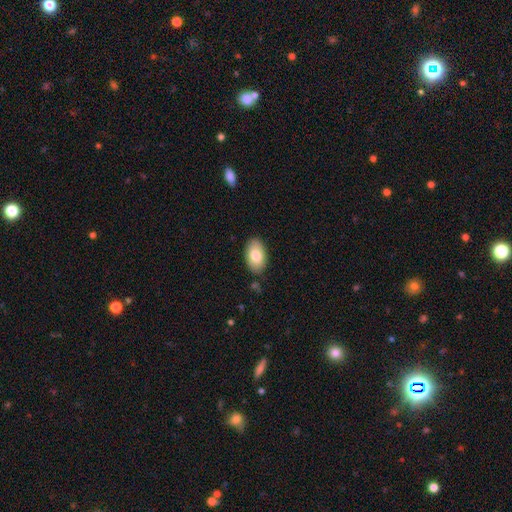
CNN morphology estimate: type=smooth (80%); roundness=in between (94%); merging=none (85%).